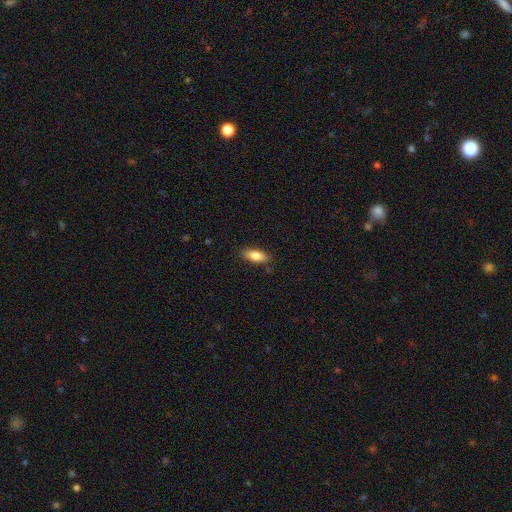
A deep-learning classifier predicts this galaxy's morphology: smooth 80%, featured or disk 13%, star or artifact 7%. Down the decision tree: how rounded — in between (75%); merging — none (86%).